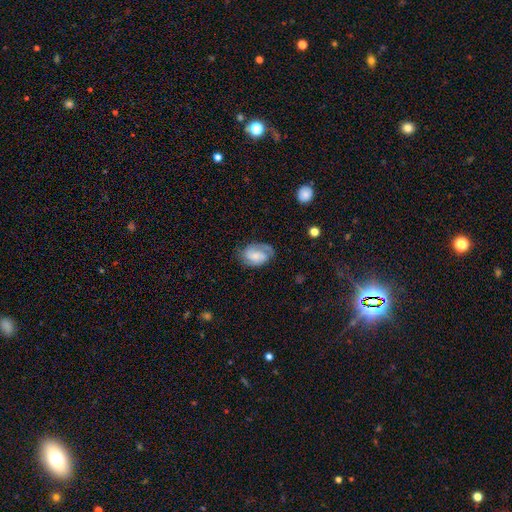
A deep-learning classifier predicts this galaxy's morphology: Q: Smooth or featured?
A: featured or disk (65%); runner-up: smooth (28%)
Q: Edge-on disk?
A: no (97%); runner-up: yes (3%)
Q: Bar?
A: no (47%); runner-up: weak (41%)
Q: Spiral arms?
A: yes (91%); runner-up: no (9%)
Q: Spiral winding?
A: medium (43%); runner-up: tight (39%)
Q: Spiral arm count?
A: 2 (64%); runner-up: 1 (19%)
Q: Bulge size?
A: small (48%); runner-up: moderate (29%)
Q: Merging?
A: none (61%); runner-up: minor disturbance (24%)